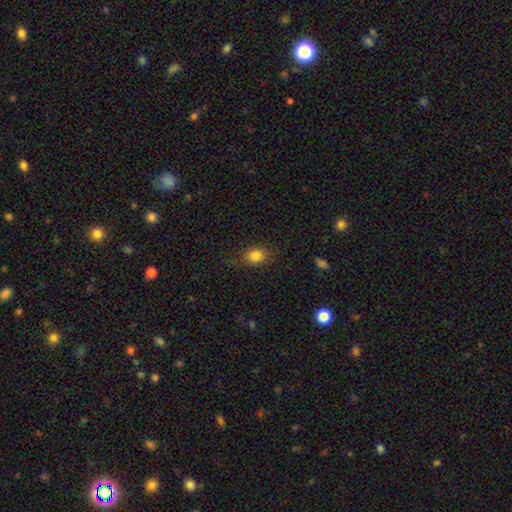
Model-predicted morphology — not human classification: smooth-or-featured: smooth: 82% | star or artifact: 11% | featured or disk: 7%
  how-rounded: round: 55% | in between: 43% | cigar-shaped: 1%
  merging: none: 78% | minor disturbance: 15% | major disturbance: 5% | merger: 1%